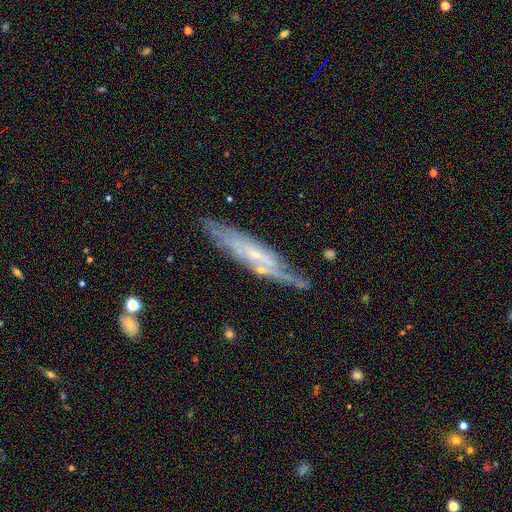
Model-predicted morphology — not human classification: featured or disk 72%, smooth 20%, star or artifact 8%. Down the decision tree: edge-on disk — yes (53%); merging — none (70%).